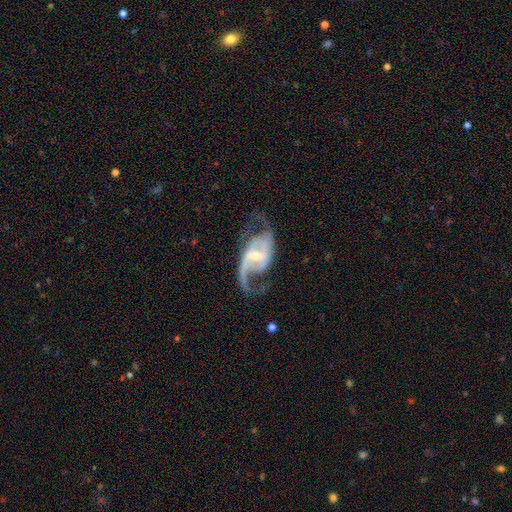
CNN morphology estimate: smooth_or_featured: featured or disk (p=0.90) [alt: smooth p=0.05]
disk_edge_on: no (p=0.97) [alt: yes p=0.03]
bar: weak (p=0.46) [alt: strong p=0.36]
has_spiral_arms: yes (p=0.96) [alt: no p=0.04]
spiral_winding: loose (p=0.56) [alt: medium p=0.37]
spiral_arm_count: 2 (p=0.89) [alt: 1 p=0.05]
bulge_size: small (p=0.56) [alt: moderate p=0.34]
merging: none (p=0.66) [alt: major disturbance p=0.17]